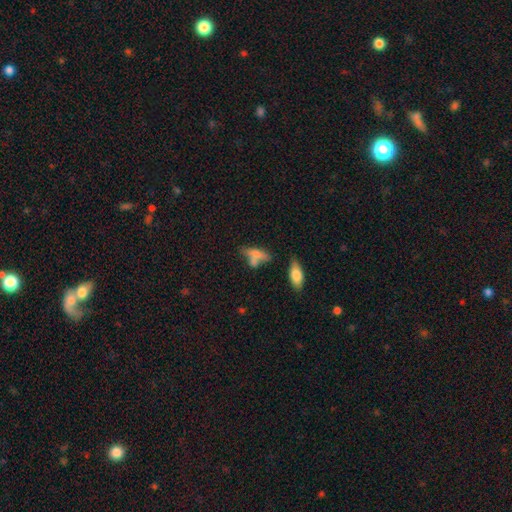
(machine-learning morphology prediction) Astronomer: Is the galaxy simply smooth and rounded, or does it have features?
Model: smooth — 63%.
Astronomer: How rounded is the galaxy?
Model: in between — 60% (runner-up: cigar-shaped, 35%).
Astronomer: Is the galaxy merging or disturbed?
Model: none — 39% (runner-up: merger, 31%).